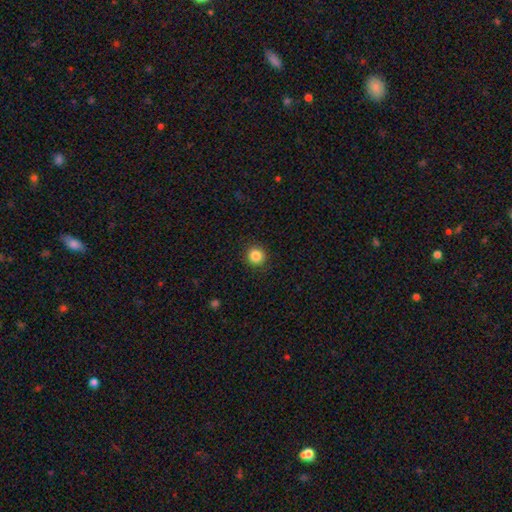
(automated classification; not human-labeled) Smooth or featured? smooth (85%)
How rounded? round (94%)
Merging? none (91%)